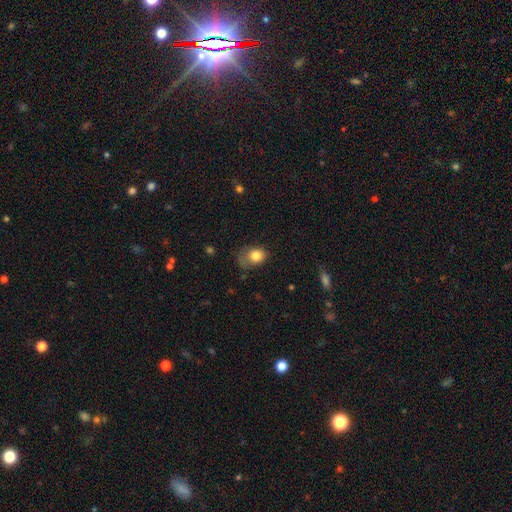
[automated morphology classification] A smooth galaxy with no disk features (79%) that is in between round and cigar-shaped (59%). Merging: none (39%).